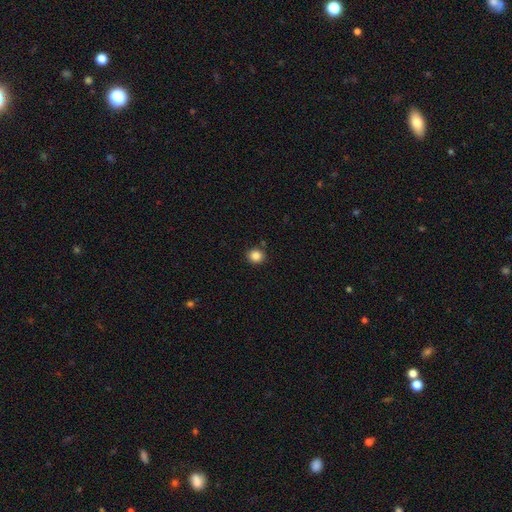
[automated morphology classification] smooth 85%, star or artifact 11%, featured or disk 4%. Down the decision tree: how rounded — round (84%); merging — none (87%).